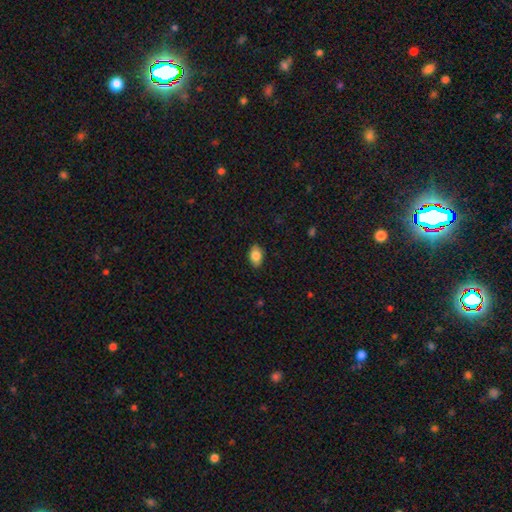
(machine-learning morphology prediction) Smooth or featured? Predicted: smooth (p=0.84). How rounded? Predicted: in between (p=0.88). Merging? Predicted: none (p=0.87).